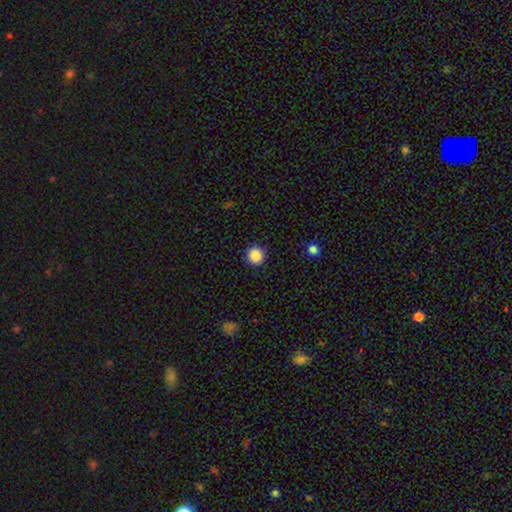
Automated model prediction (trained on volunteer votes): smooth 88%, star or artifact 9%, featured or disk 2%. Down the decision tree: how rounded — round (95%); merging — none (91%).